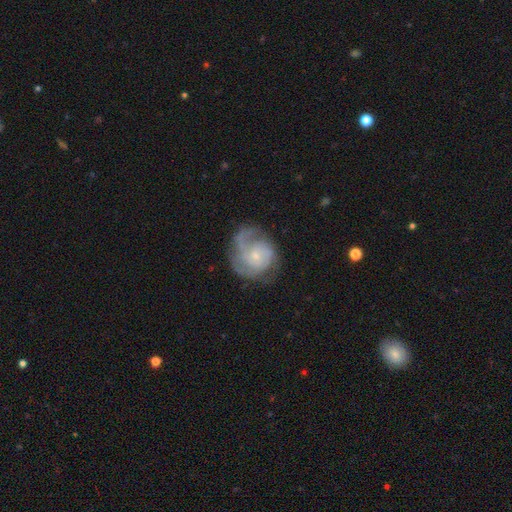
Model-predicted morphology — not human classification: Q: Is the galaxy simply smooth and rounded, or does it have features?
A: featured or disk — 78%.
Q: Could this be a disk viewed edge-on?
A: no — 98%.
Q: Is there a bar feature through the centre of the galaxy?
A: no — 70%.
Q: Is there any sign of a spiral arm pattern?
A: yes — 92%.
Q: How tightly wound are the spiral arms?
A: tight — 43%.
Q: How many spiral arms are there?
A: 2 — 31%.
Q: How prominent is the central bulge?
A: small — 74%.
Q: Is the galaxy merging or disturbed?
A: none — 56%.